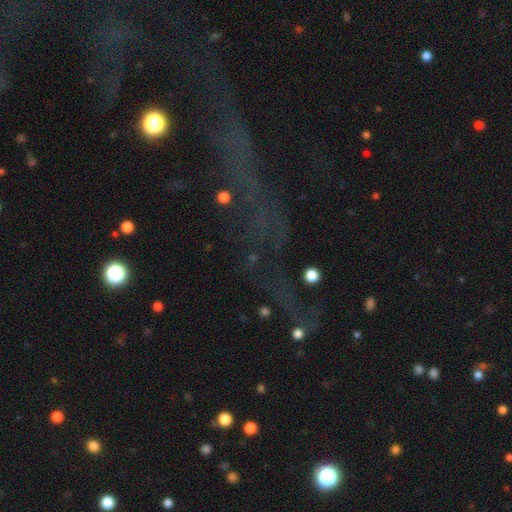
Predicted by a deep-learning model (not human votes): smooth-or-featured: star or artifact: 67% | smooth: 17% | featured or disk: 16%